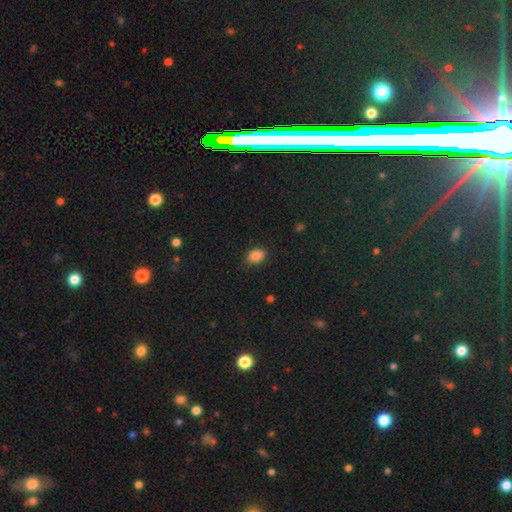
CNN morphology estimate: Smooth or featured? smooth (87%)
How rounded? in between (78%)
Merging? none (85%)